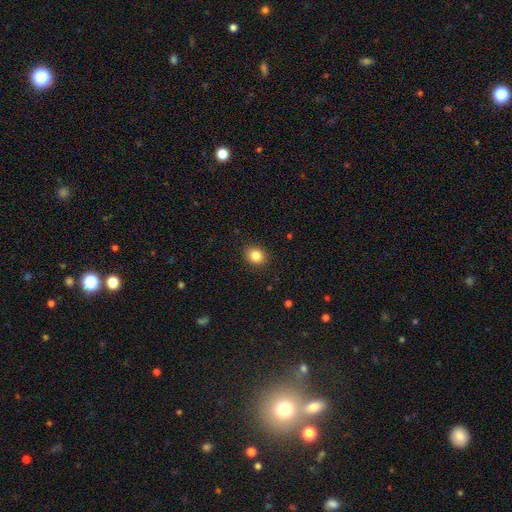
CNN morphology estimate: smooth_or_featured: smooth (p=0.84) [alt: star or artifact p=0.10]
how_rounded: round (p=0.71) [alt: in between p=0.28]
merging: none (p=0.90) [alt: minor disturbance p=0.07]